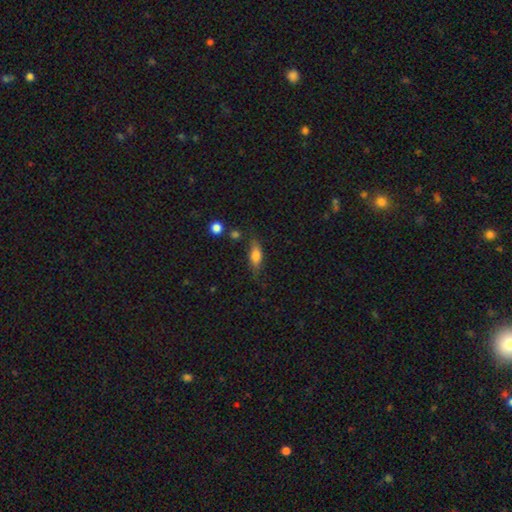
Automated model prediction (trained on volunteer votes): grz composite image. It shows a smooth galaxy with no disk features (71%) that is in between round and cigar-shaped (68%). Merging: none (69%).